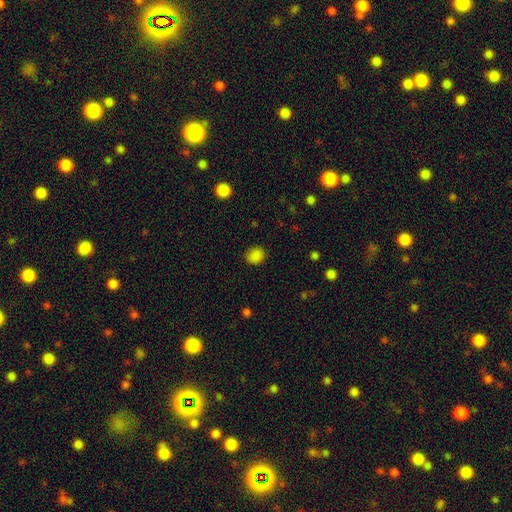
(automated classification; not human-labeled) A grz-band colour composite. It shows a smooth galaxy with no disk features (85%) that is round (64%). Merging: none (86%).